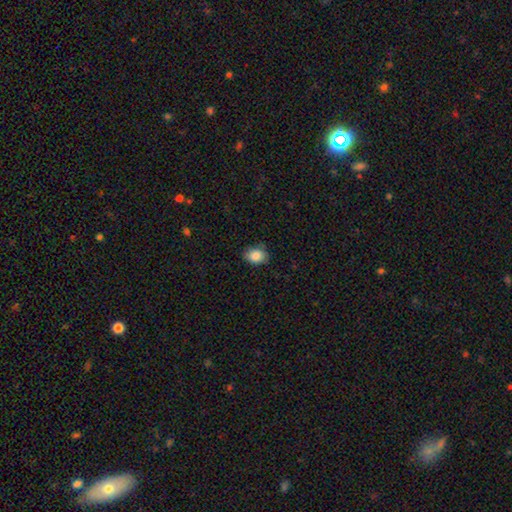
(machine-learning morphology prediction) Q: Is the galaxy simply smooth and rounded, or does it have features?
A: smooth — 87%.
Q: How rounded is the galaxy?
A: in between — 68%.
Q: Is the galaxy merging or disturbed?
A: none — 78%.